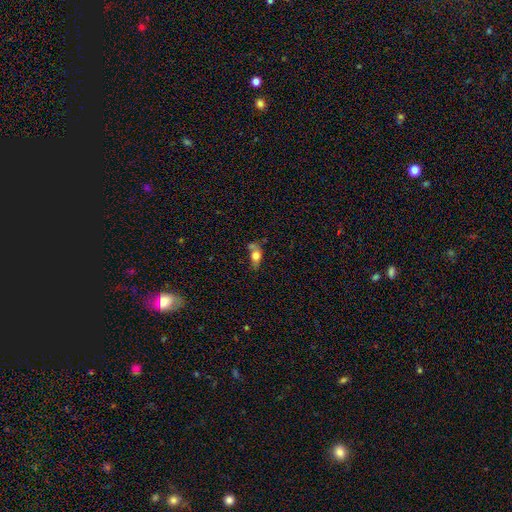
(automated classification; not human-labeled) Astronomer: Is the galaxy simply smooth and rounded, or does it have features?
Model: smooth — 70%.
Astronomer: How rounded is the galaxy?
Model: in between — 75%.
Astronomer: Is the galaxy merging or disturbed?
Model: none — 39% (runner-up: minor disturbance, 25%).